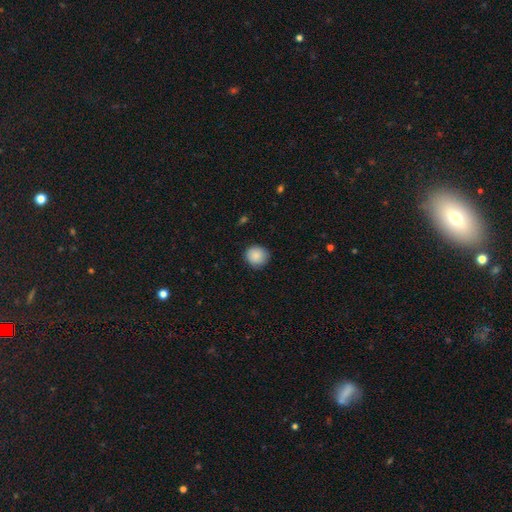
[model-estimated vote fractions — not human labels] A smooth galaxy with no disk features (88%) that is round (87%). Merging: none (86%).